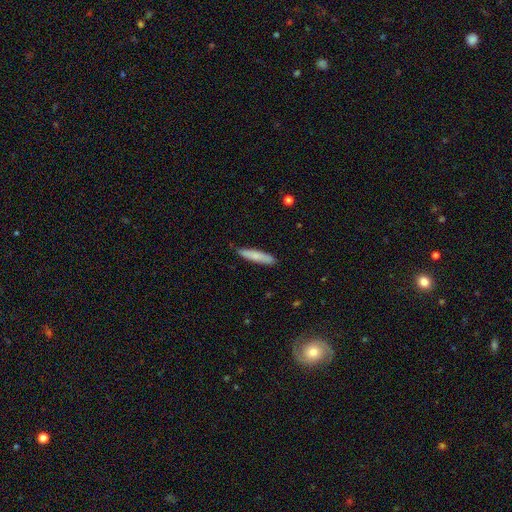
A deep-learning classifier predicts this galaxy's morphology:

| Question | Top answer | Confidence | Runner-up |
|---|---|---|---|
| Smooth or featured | smooth | 75% | featured or disk (20%) |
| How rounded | cigar-shaped | 86% | in between (13%) |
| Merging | none | 86% | minor disturbance (11%) |